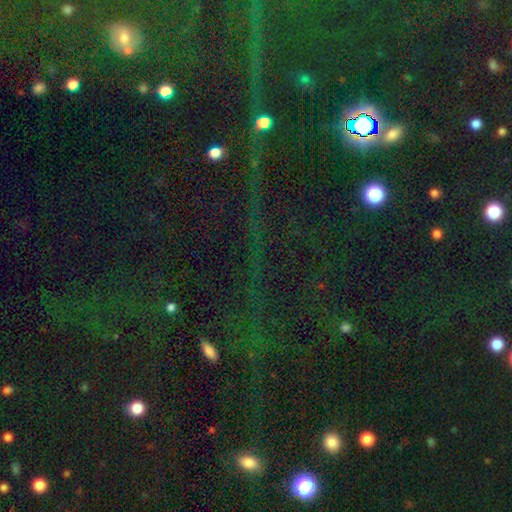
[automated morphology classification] Smooth or featured?
  - star or artifact: 81% *
  - smooth: 11%
  - featured or disk: 8%